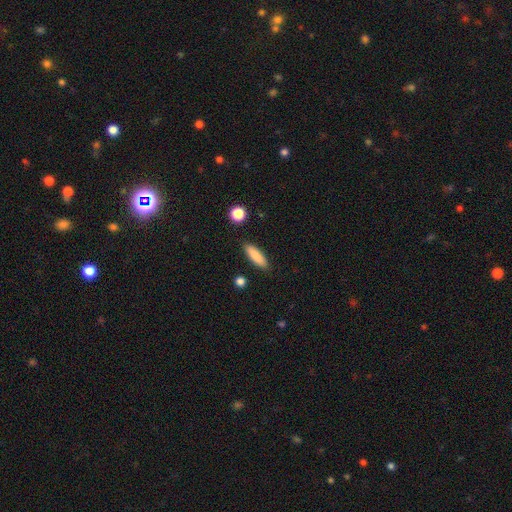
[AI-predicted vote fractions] Morphology: type=smooth (86%); roundness=cigar-shaped (57%); merging=none (89%).